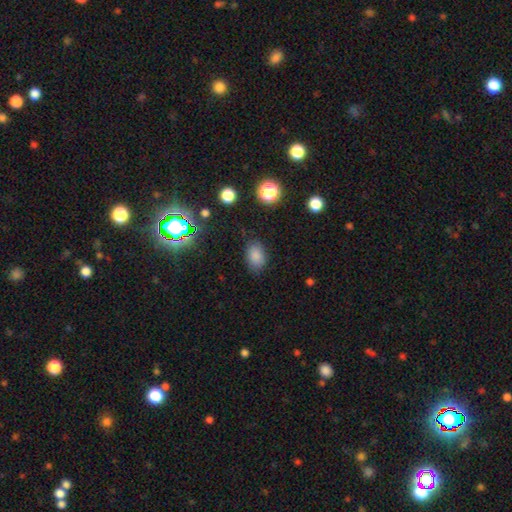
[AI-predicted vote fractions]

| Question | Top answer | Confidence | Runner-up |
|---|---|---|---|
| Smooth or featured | smooth | 81% | star or artifact (13%) |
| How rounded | in between | 81% | round (18%) |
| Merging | none | 81% | minor disturbance (13%) |